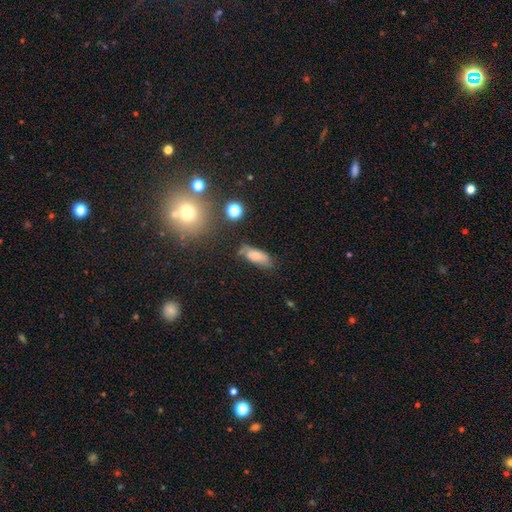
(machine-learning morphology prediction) smooth-or-featured: smooth: 74% | featured or disk: 16% | star or artifact: 11%
  how-rounded: in between: 75% | cigar-shaped: 22% | round: 4%
  merging: none: 59% | minor disturbance: 26% | major disturbance: 8% | merger: 7%